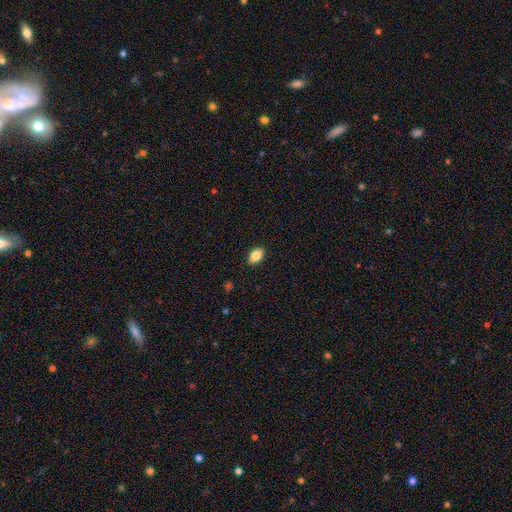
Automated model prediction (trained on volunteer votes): Smooth or featured? smooth (85%)
How rounded? in between (87%)
Merging? none (89%)